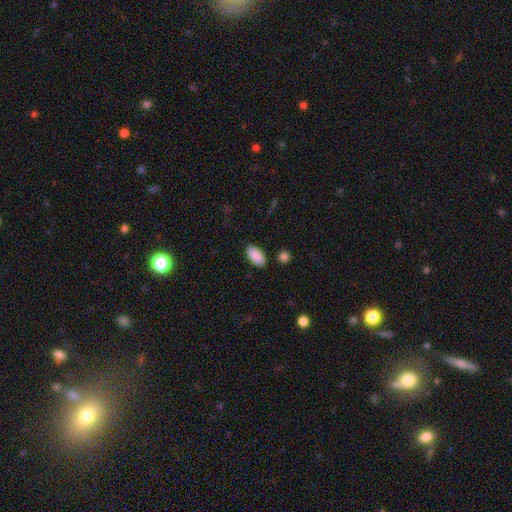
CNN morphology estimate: Smooth or featured? Predicted: smooth (p=0.90). How rounded? Predicted: in between (p=0.94). Merging? Predicted: none (p=0.87).